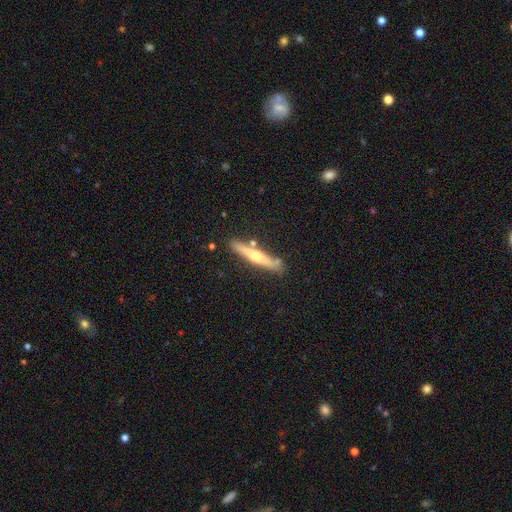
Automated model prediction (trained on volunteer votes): A featured or disk galaxy (62%) viewed edge-on (95%) with a rounded central bulge (87%). Merging: none (83%).